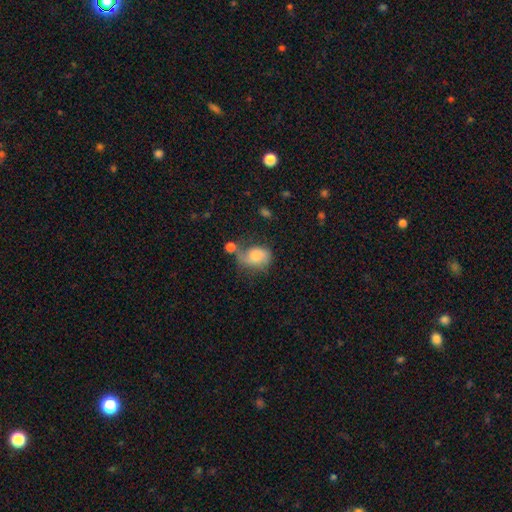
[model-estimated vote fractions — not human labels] Smooth or featured? smooth (59%)
How rounded? in between (58%)
Merging? none (36%)